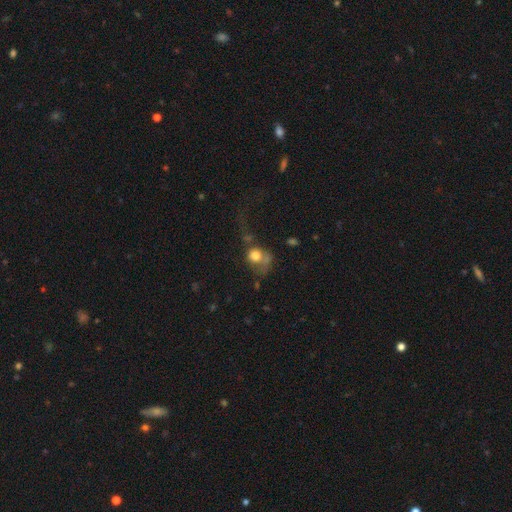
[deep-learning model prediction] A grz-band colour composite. It shows a smooth galaxy with no disk features (71%) that is round (68%). Merging: major disturbance (41%).